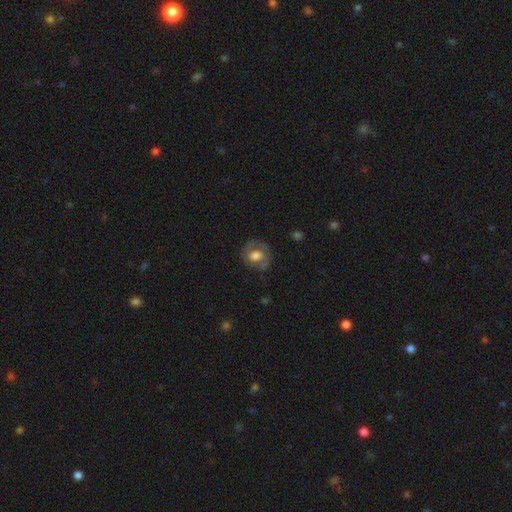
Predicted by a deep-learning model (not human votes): Smooth or featured?
  - smooth: 50% *
  - featured or disk: 42%
  - star or artifact: 8%
How rounded?
  - round: 72% *
  - in between: 27%
  - cigar-shaped: 1%
Merging?
  - none: 73% *
  - minor disturbance: 17%
  - major disturbance: 8%
  - merger: 1%